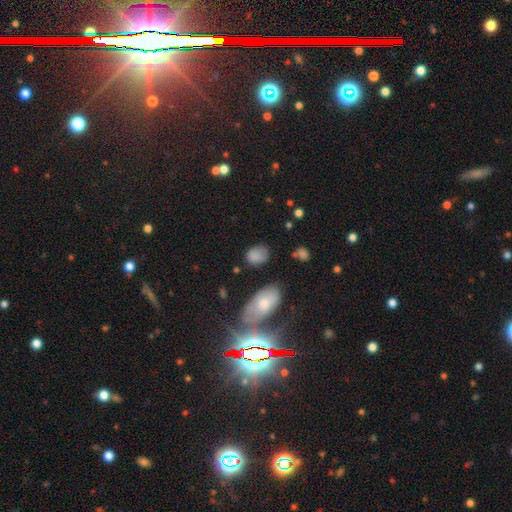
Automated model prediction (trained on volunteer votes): Smooth or featured?
  - smooth: 81% *
  - featured or disk: 10%
  - star or artifact: 9%
How rounded?
  - in between: 60% *
  - round: 38%
  - cigar-shaped: 2%
Merging?
  - none: 62% *
  - minor disturbance: 24%
  - major disturbance: 9%
  - merger: 5%